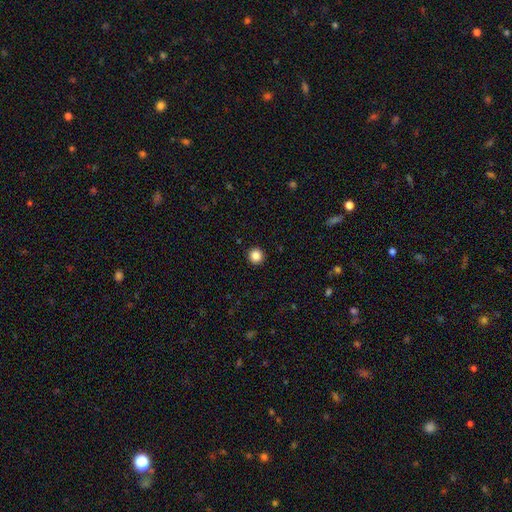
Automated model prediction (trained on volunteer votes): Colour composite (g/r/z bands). It shows a smooth galaxy with no disk features (86%) that is round (95%). Merging: none (93%).